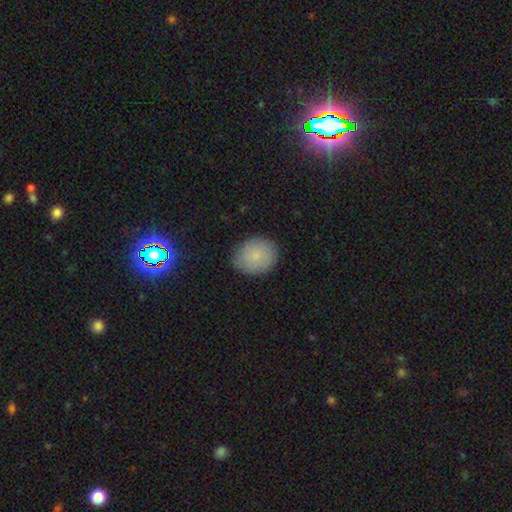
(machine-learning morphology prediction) This appears to be a smooth galaxy with no disk features (79%) that is round (62%). Merging: none (82%).